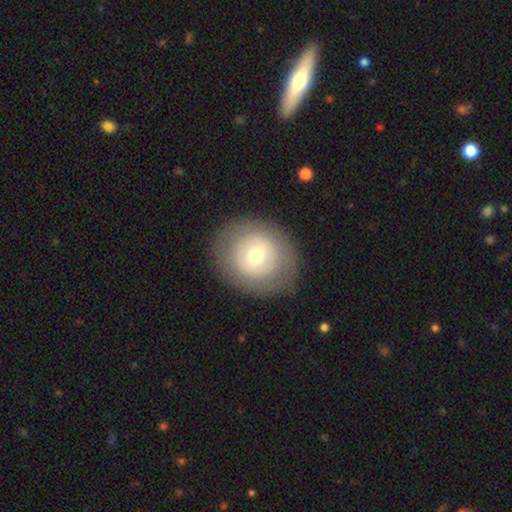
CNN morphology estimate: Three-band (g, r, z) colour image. It shows a smooth galaxy with no disk features (60%) that is round (74%). Merging: none (84%).